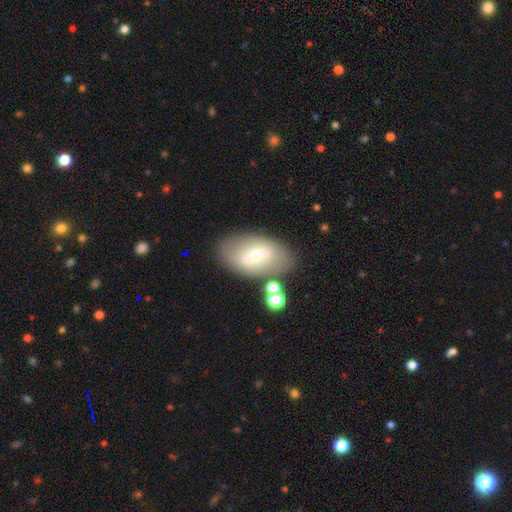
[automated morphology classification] A featured or disk galaxy (53%). Merging: none (76%).